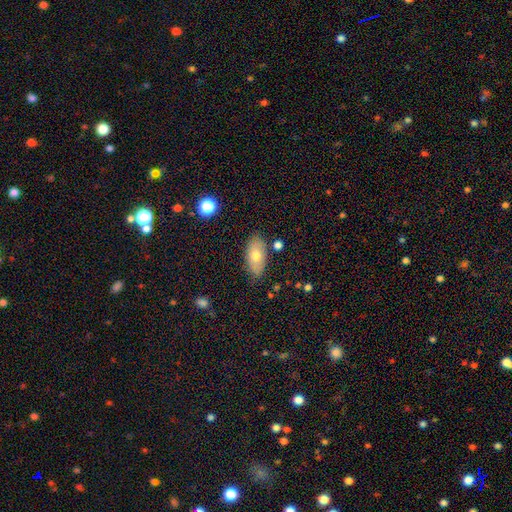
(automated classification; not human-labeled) smooth-or-featured: smooth: 68% | featured or disk: 24% | star or artifact: 7%
  how-rounded: in between: 91% | round: 5% | cigar-shaped: 4%
  merging: none: 80% | minor disturbance: 14% | merger: 3% | major disturbance: 3%